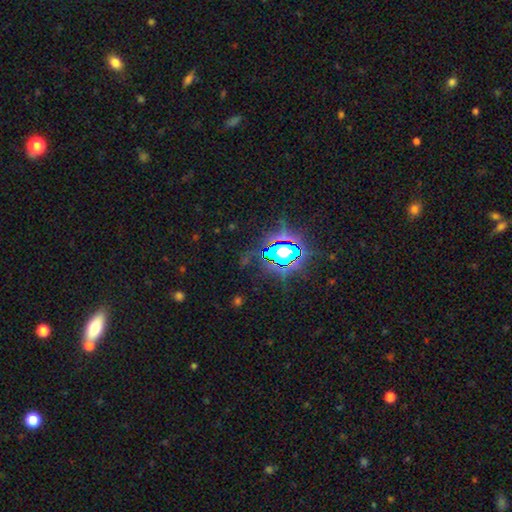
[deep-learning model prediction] Smooth or featured? star or artifact (80%)